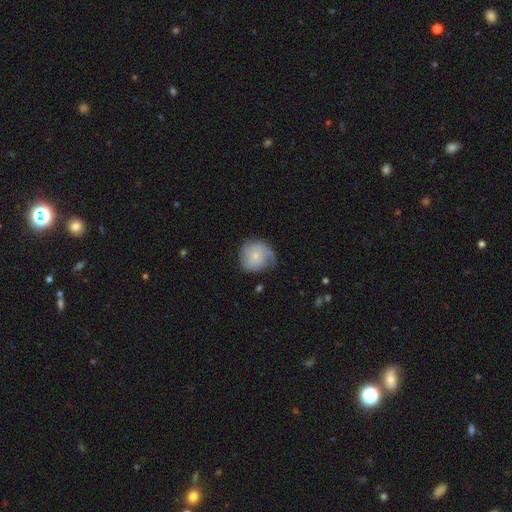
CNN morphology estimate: A featured or disk galaxy (58%) with no bar (81%), spiral arms (87%) and a small central bulge (72%).

Vote fractions:
- Smooth or featured? featured or disk: 58% / smooth: 35% / star or artifact: 7%
- Edge-on disk? no: 98% / yes: 2%
- Bar? no: 81% / weak: 17% / strong: 2%
- Spiral arms? yes: 87% / no: 13%
- Bulge size? small: 72% / moderate: 23% / none: 3% / large: 1% / dominant: 1%
- Merging? none: 60% / minor disturbance: 26% / major disturbance: 12% / merger: 2%